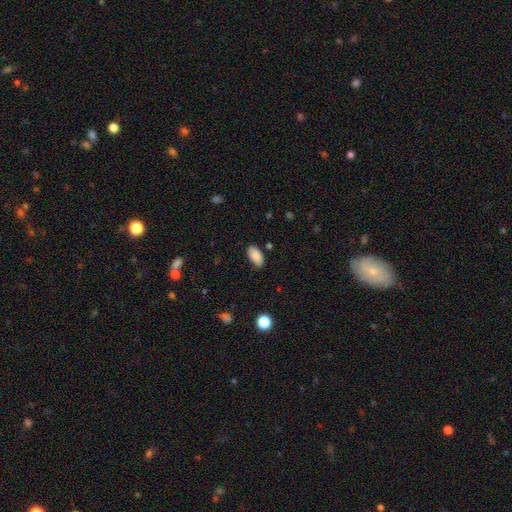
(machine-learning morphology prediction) Smooth or featured? Predicted: smooth (p=0.86). How rounded? Predicted: in between (p=0.94). Merging? Predicted: none (p=0.83).